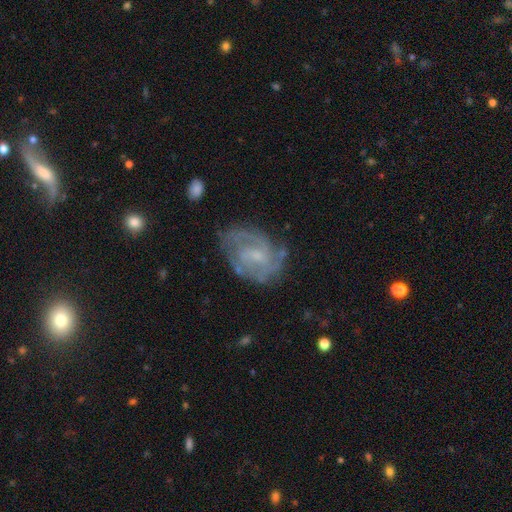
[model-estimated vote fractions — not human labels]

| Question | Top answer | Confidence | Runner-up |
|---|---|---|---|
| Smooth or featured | featured or disk | 78% | smooth (16%) |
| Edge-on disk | no | 97% | yes (3%) |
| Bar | weak | 48% | no (44%) |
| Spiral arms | yes | 88% | no (12%) |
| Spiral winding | tight | 43% | tied: medium (43%) |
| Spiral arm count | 2 | 40% | can't tell (30%) |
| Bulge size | small | 56% | moderate (28%) |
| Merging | none | 65% | minor disturbance (22%) |